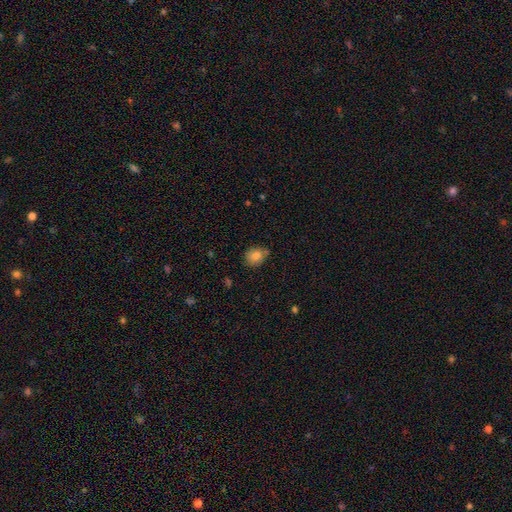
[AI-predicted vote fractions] smooth-or-featured: smooth: 82% | star or artifact: 9% | featured or disk: 8%
  how-rounded: round: 67% | in between: 32% | cigar-shaped: 1%
  merging: none: 70% | minor disturbance: 22% | merger: 5% | major disturbance: 4%